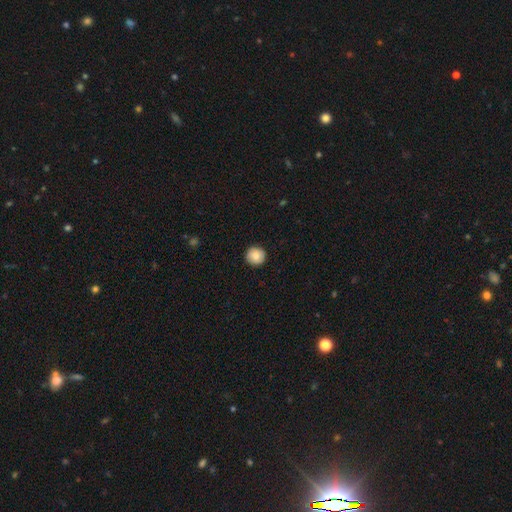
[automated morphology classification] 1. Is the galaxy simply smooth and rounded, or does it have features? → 85% smooth, 8% star or artifact, 7% featured or disk.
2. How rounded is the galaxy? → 94% round, 5% in between, 1% cigar-shaped.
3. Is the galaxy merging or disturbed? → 91% none, 7% minor disturbance, 2% major disturbance, 1% merger.